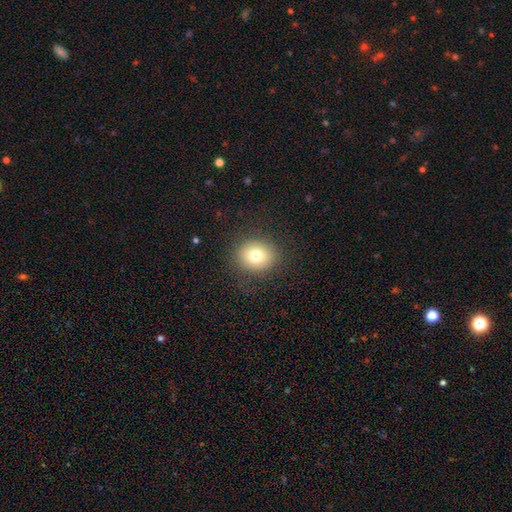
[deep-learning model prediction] A smooth galaxy with no disk features (77%) that is round (74%). Merging: none (86%).